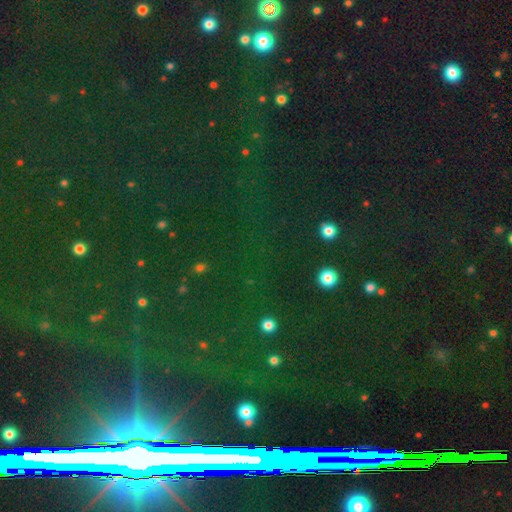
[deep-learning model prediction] A star or artifact, not a galaxy (77%).

Vote fractions:
- Smooth or featured? star or artifact: 77% / smooth: 14% / featured or disk: 9%